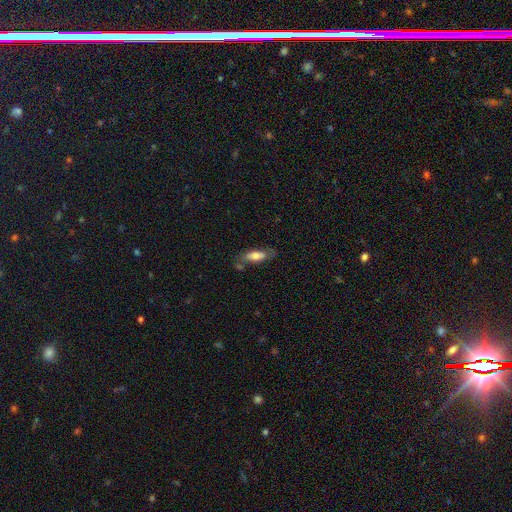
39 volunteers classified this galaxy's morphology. Smooth or featured?
  - smooth: 72% *
  - featured or disk: 28%
  - star or artifact: 0%
How rounded?
  - in between: 89% *
  - cigar-shaped: 7%
  - round: 4%
Merging?
  - none: 49% *
  - minor disturbance: 23%
  - major disturbance: 18%
  - merger: 10%